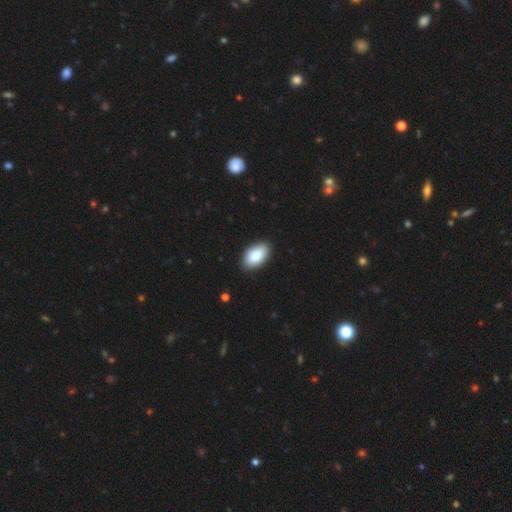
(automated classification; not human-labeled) Smooth or featured?
  - smooth: 86% *
  - featured or disk: 8%
  - star or artifact: 6%
How rounded?
  - in between: 94% *
  - round: 4%
  - cigar-shaped: 2%
Merging?
  - none: 89% *
  - minor disturbance: 8%
  - major disturbance: 2%
  - merger: 1%